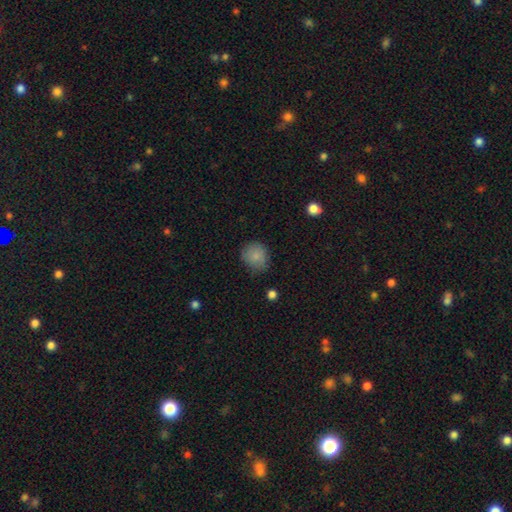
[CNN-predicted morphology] smooth-or-featured: smooth: 83% | star or artifact: 10% | featured or disk: 7%
  how-rounded: round: 81% | in between: 18% | cigar-shaped: 1%
  merging: none: 73% | minor disturbance: 21% | major disturbance: 5% | merger: 2%